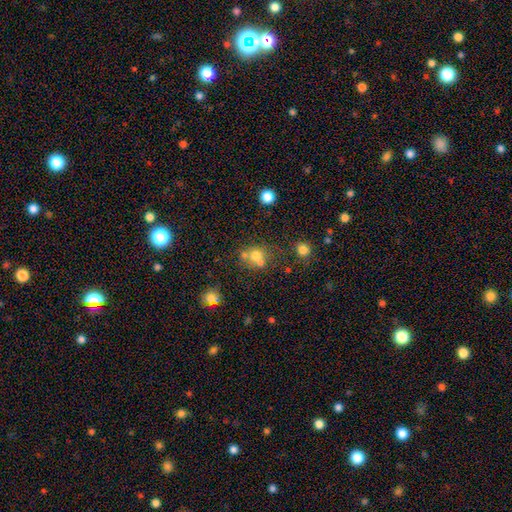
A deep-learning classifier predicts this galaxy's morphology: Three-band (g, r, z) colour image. It shows a smooth galaxy with no disk features (66%) that is round (77%). Merging: none (47%).